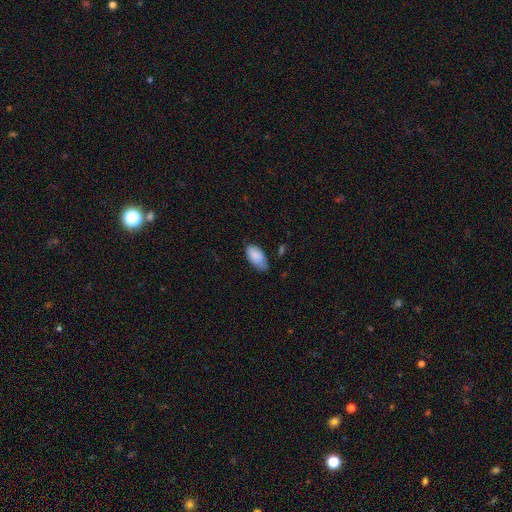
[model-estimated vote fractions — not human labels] This is clearly a smooth galaxy (87%). How rounded: clearly in between (94%). Merging: possibly none (60%).